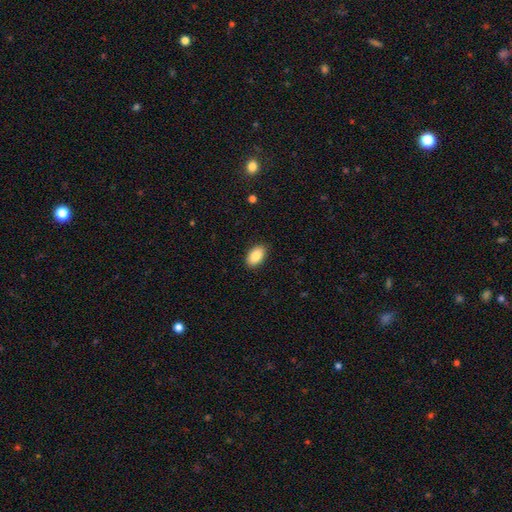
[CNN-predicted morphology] Overall: smooth (88%). How rounded: in between (94%). Merging: none (89%).